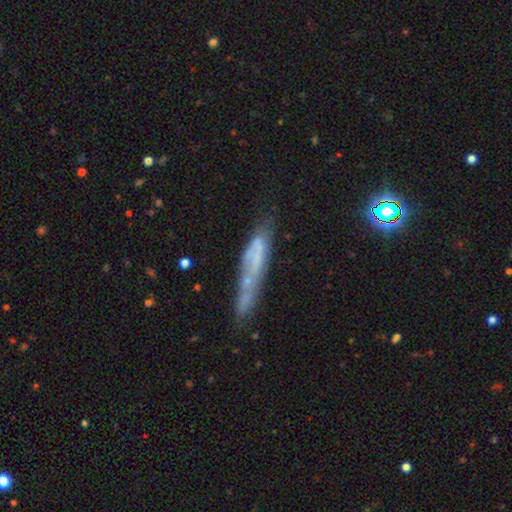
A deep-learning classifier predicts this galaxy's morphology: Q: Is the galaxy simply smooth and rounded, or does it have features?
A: featured or disk — 49%.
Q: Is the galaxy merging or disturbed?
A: none — 47%.